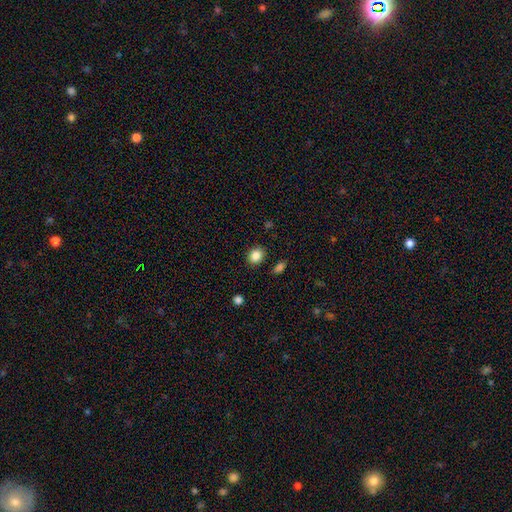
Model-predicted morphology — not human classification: This is clearly a smooth galaxy (86%). How rounded: likely round (64%). Merging: clearly none (86%).